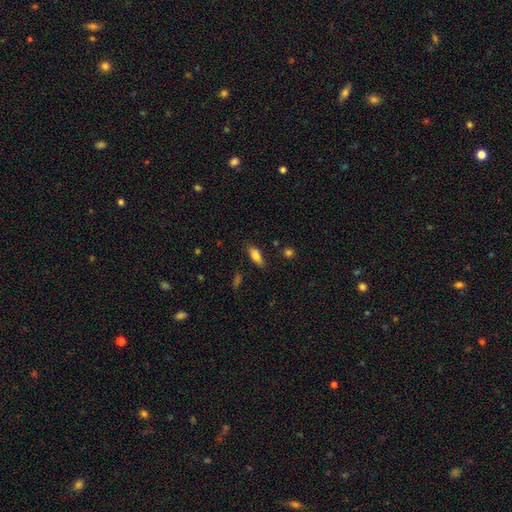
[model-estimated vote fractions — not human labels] Smooth or featured: smooth — 80% (featured or disk — 13%)
How rounded: in between — 78% (cigar-shaped — 19%)
Merging: none — 79% (minor disturbance — 16%)